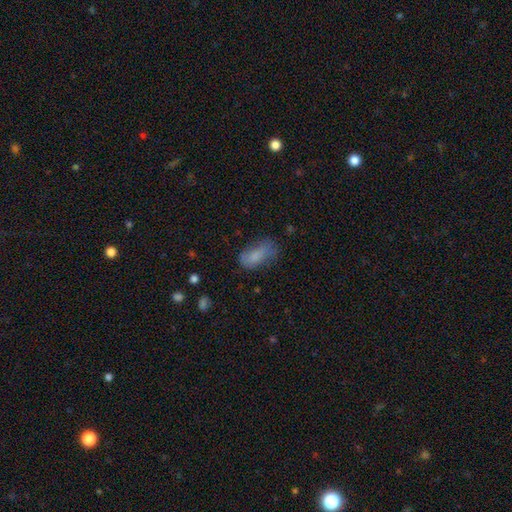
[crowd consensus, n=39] This is likely a smooth galaxy (74%). How rounded: clearly in between (90%). Merging: likely none (66%).